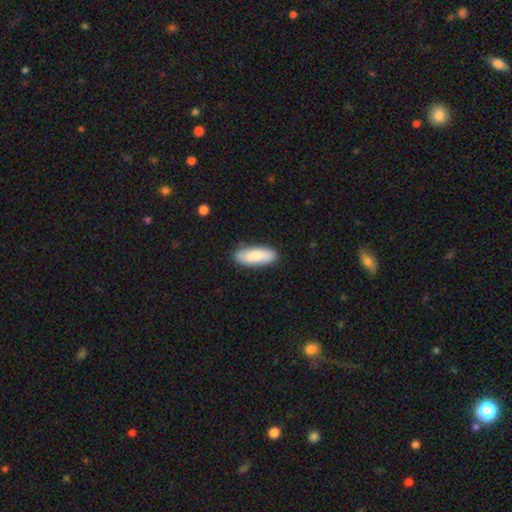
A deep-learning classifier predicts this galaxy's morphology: A smooth galaxy with no disk features (85%) that is in between round and cigar-shaped (69%).

Vote fractions:
- Smooth or featured? smooth: 85% / featured or disk: 9% / star or artifact: 5%
- How rounded? in between: 69% / cigar-shaped: 29% / round: 2%
- Merging? none: 84% / minor disturbance: 12% / major disturbance: 2% / merger: 1%